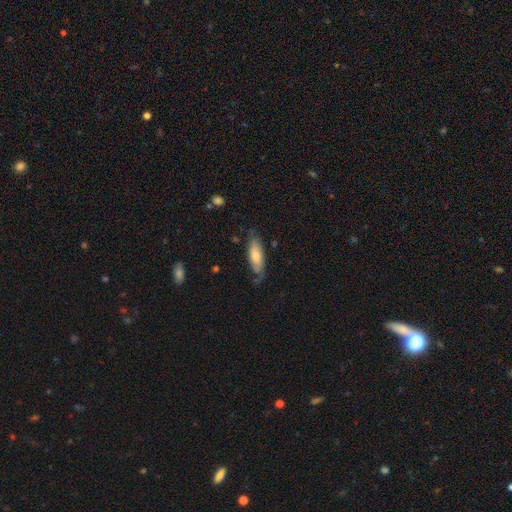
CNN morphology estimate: Q: Smooth or featured?
A: smooth (59%); runner-up: featured or disk (36%)
Q: How rounded?
A: in between (63%); runner-up: cigar-shaped (35%)
Q: Merging?
A: none (63%); runner-up: minor disturbance (27%)